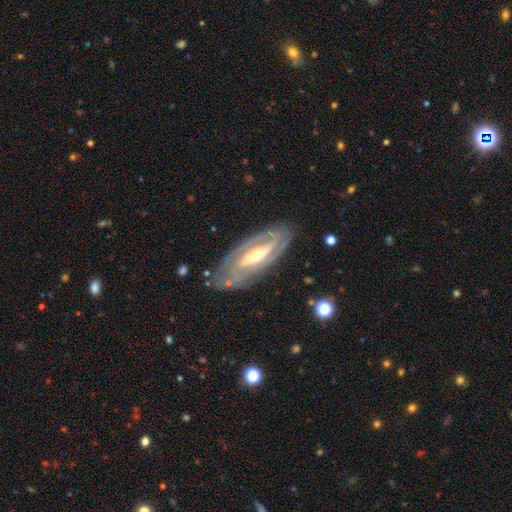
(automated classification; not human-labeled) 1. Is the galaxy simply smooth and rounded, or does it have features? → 87% featured or disk, 9% smooth, 5% star or artifact.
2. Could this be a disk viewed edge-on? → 89% no, 11% yes.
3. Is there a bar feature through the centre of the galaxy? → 53% strong, 27% weak, 19% no.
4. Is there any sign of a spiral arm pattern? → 92% yes, 8% no.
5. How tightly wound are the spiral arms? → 56% tight, 35% medium, 9% loose.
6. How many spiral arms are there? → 74% 2, 12% can't tell, 7% 3, 3% 1, 2% 4, 2% more than 4.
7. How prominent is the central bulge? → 53% moderate, 41% small, 4% large, 1% none, 1% dominant.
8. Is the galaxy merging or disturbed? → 80% none, 14% minor disturbance, 5% major disturbance, 2% merger.